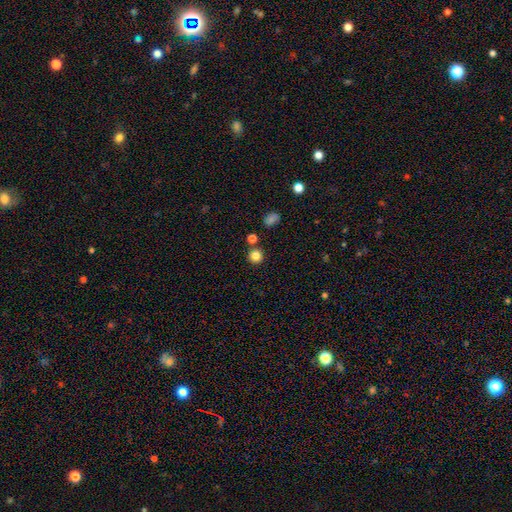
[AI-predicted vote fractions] Smooth or featured? Predicted: smooth (p=0.82). How rounded? Predicted: round (p=0.93). Merging? Predicted: none (p=0.85).